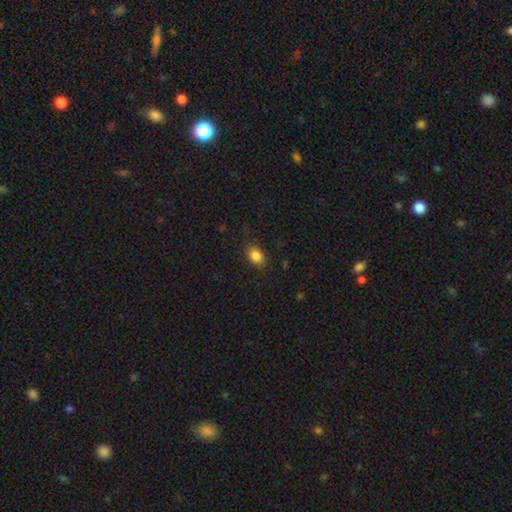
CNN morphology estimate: Smooth or featured? smooth (85%)
How rounded? in between (72%)
Merging? none (82%)